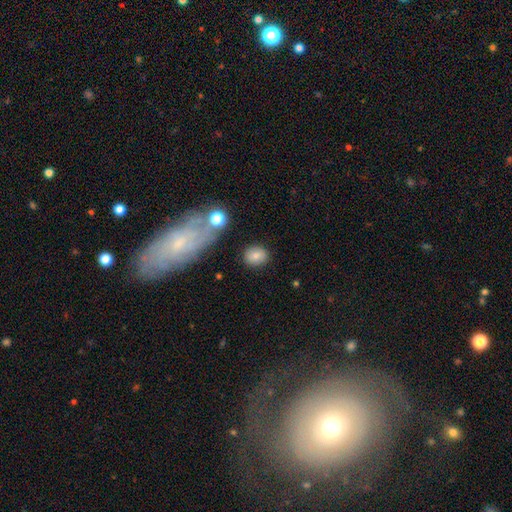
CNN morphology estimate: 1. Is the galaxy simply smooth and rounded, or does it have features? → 80% smooth, 10% featured or disk, 10% star or artifact.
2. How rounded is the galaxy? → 61% round, 38% in between, 1% cigar-shaped.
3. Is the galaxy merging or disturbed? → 84% none, 10% minor disturbance, 3% major disturbance, 3% merger.